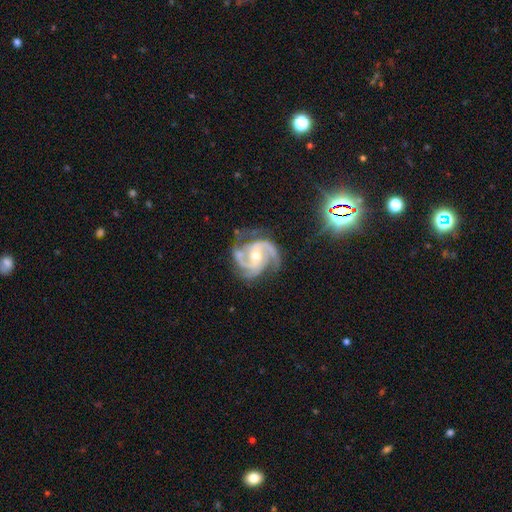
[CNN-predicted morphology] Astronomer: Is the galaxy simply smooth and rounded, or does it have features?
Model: featured or disk — 93%.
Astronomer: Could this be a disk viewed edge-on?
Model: no — 98%.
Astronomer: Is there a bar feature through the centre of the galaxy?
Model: no — 46% (runner-up: weak, 38%).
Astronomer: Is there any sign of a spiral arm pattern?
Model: yes — 99%.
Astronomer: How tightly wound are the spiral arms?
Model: medium — 55% (runner-up: tight, 35%).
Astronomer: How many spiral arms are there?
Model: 3 — 45% (runner-up: 2, 40%).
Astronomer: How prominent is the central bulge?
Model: moderate — 66%.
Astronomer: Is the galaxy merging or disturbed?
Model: none — 68%.